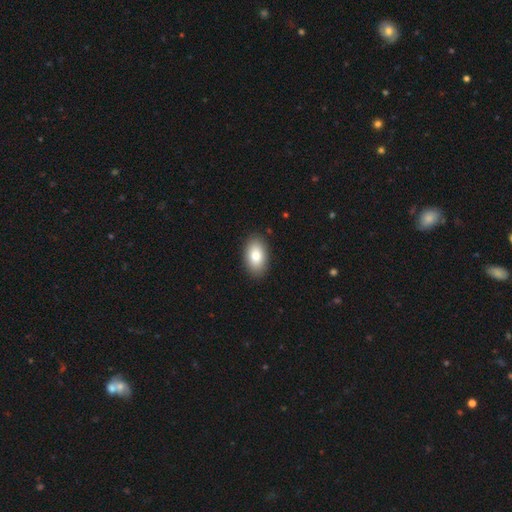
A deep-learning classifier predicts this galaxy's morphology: smooth 81%, featured or disk 12%, star or artifact 7%. Down the decision tree: how rounded — in between (93%); merging — none (89%).